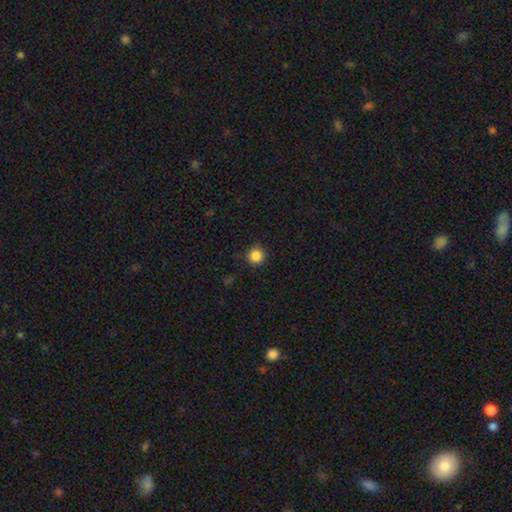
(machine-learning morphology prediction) Smooth or featured?
  - smooth: 86% *
  - star or artifact: 11%
  - featured or disk: 3%
How rounded?
  - round: 95% *
  - in between: 4%
  - cigar-shaped: 1%
Merging?
  - none: 87% *
  - minor disturbance: 9%
  - major disturbance: 2%
  - merger: 1%